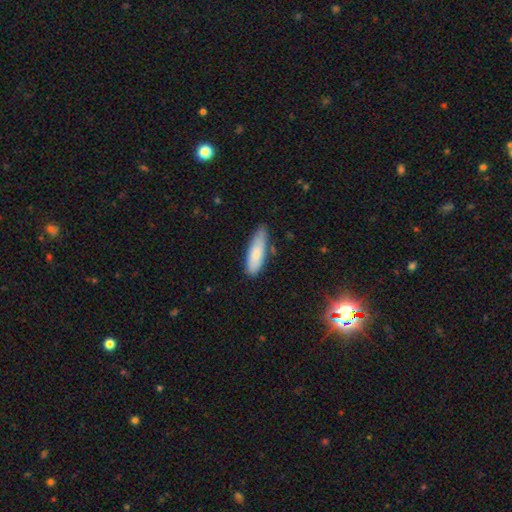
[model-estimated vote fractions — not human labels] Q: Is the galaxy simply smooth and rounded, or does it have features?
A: smooth — 78%.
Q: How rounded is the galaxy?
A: in between — 53%.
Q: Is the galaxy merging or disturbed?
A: none — 68%.